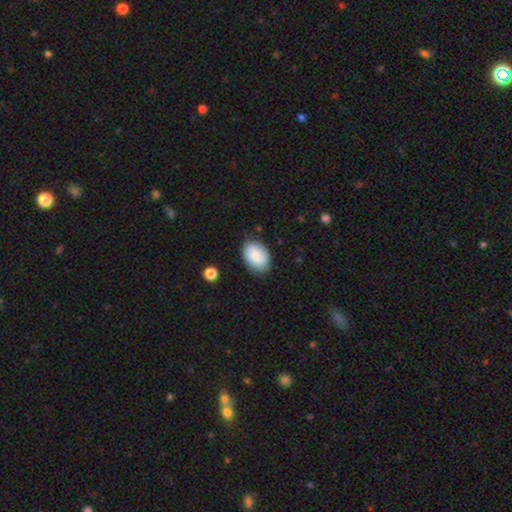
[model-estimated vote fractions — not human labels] A smooth galaxy with no disk features (70%) that is in between round and cigar-shaped (79%).

Vote fractions:
- Smooth or featured? smooth: 70% / featured or disk: 23% / star or artifact: 7%
- How rounded? in between: 79% / round: 20% / cigar-shaped: 1%
- Merging? none: 78% / minor disturbance: 17% / major disturbance: 4% / merger: 2%